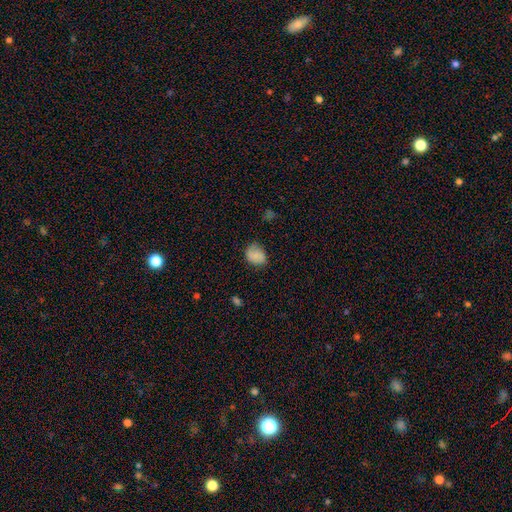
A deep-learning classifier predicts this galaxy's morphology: smooth 78%, featured or disk 13%, star or artifact 9%. Down the decision tree: how rounded — in between (52%); merging — none (66%).